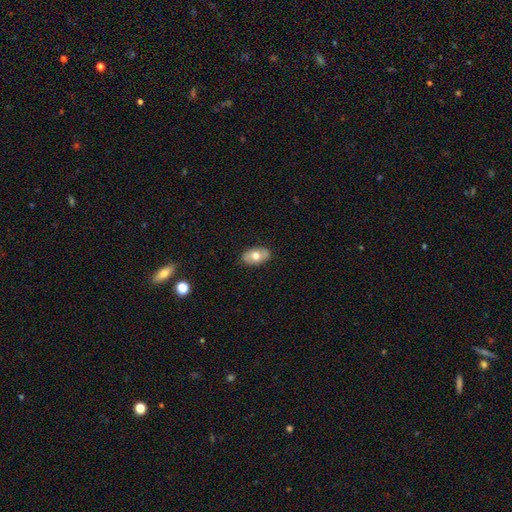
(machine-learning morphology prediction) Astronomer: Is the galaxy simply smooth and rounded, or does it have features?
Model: smooth — 64%.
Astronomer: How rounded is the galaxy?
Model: in between — 92%.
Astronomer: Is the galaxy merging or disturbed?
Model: none — 85%.